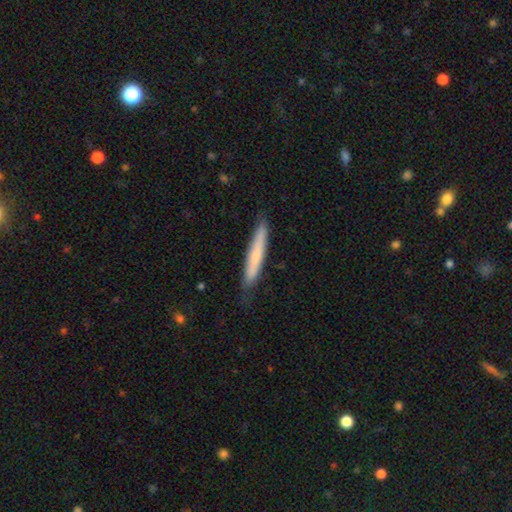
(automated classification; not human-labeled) Morphology: type=smooth (65%); roundness=cigar-shaped (94%); merging=none (81%).